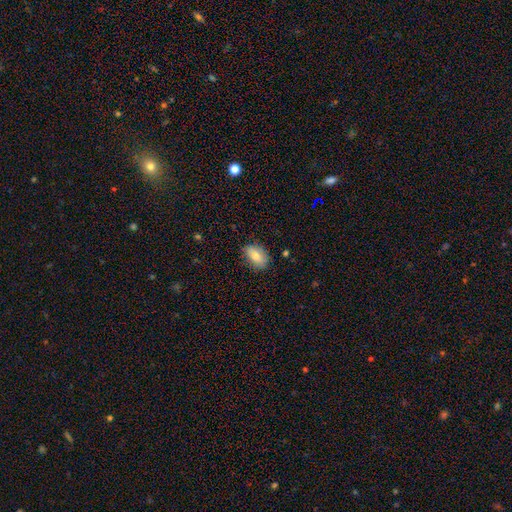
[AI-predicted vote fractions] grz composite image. It shows a smooth galaxy with no disk features (76%) that is in between round and cigar-shaped (87%). Merging: none (76%).